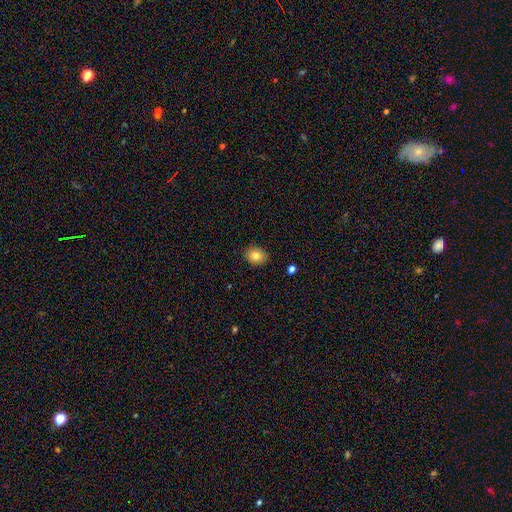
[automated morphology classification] The model was most divided on "how rounded": in between: 50%, round: 49%, cigar-shaped: 1%. More confident: merging — none (89%); smooth or featured — smooth (82%).